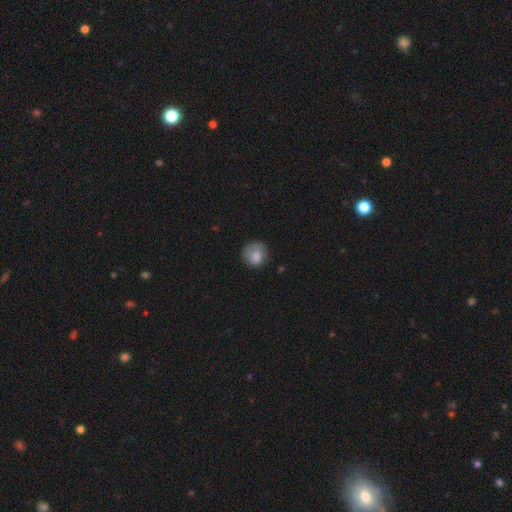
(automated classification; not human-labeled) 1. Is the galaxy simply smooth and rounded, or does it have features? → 75% smooth, 17% featured or disk, 8% star or artifact.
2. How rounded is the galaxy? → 81% round, 18% in between, 1% cigar-shaped.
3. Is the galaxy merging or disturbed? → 60% none, 25% minor disturbance, 13% major disturbance, 2% merger.